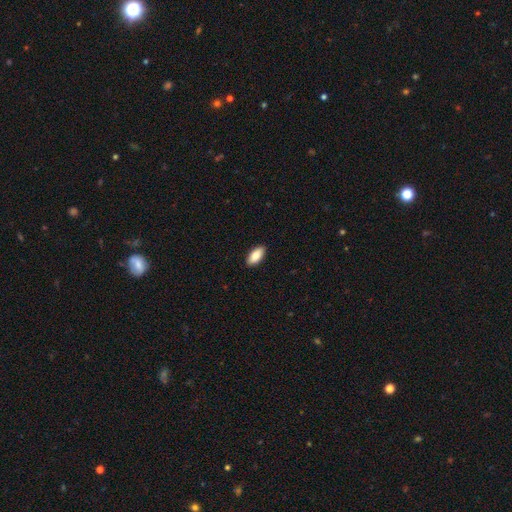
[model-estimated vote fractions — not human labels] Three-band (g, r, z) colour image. It shows a smooth galaxy with no disk features (85%) that is in between round and cigar-shaped (91%). Merging: none (91%).